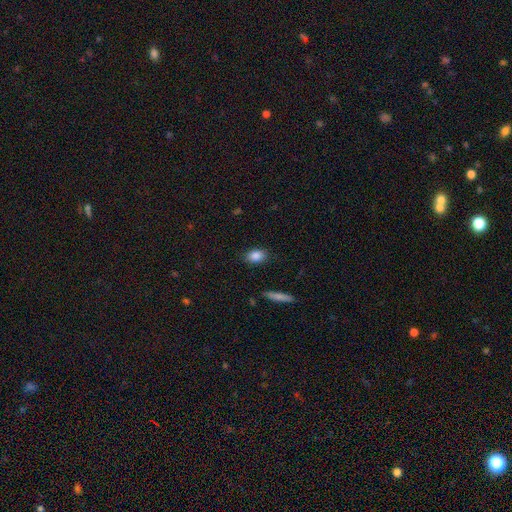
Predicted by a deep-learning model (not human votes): A smooth galaxy with no disk features (86%) that is in between round and cigar-shaped (82%).

Vote fractions:
- Smooth or featured? smooth: 86% / star or artifact: 8% / featured or disk: 6%
- How rounded? in between: 82% / round: 14% / cigar-shaped: 4%
- Merging? none: 86% / minor disturbance: 10% / major disturbance: 3% / merger: 1%